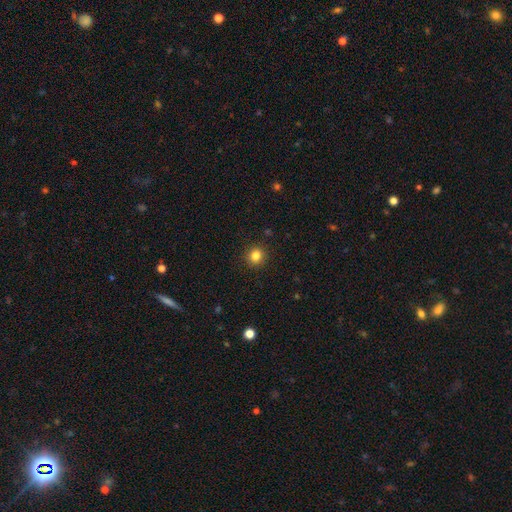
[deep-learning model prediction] Smooth or featured: smooth — 83% (star or artifact — 12%)
How rounded: round — 89% (in between — 10%)
Merging: none — 91% (minor disturbance — 6%)